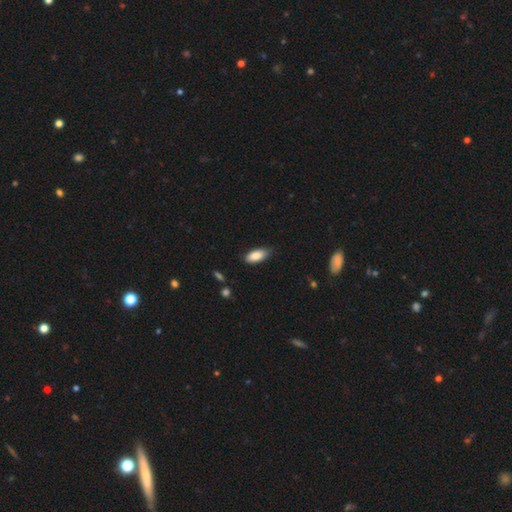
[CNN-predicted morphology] Smooth or featured: smooth — 85% (featured or disk — 8%)
How rounded: in between — 88% (cigar-shaped — 10%)
Merging: none — 76% (minor disturbance — 20%)